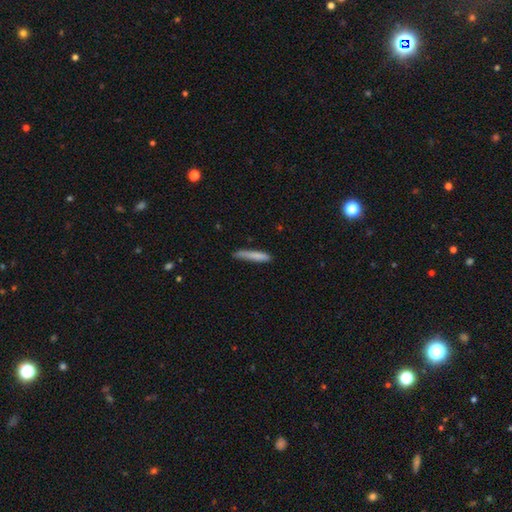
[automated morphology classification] This appears to be a smooth galaxy with no disk features (80%) that is cigar-shaped (92%). Merging: none (70%).